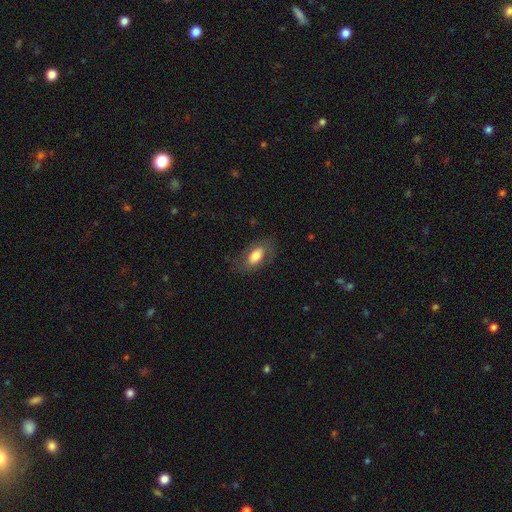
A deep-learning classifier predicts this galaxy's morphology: The model was most divided on "smooth or featured": smooth: 71%, featured or disk: 22%, star or artifact: 7%. More confident: how rounded — in between (91%); merging — none (72%).